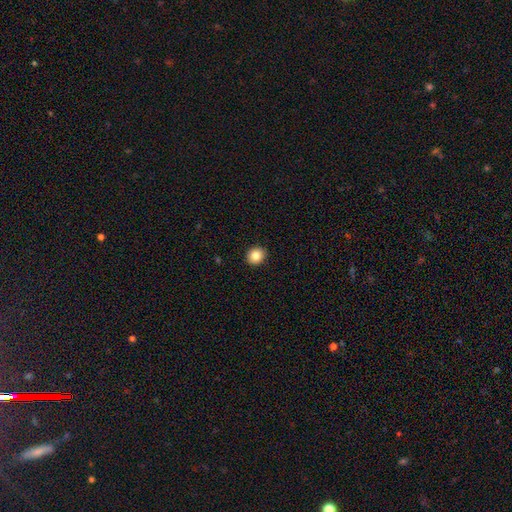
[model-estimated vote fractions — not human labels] A smooth galaxy with no disk features (83%) that is round (78%).

Vote fractions:
- Smooth or featured? smooth: 83% / star or artifact: 9% / featured or disk: 7%
- How rounded? round: 78% / in between: 21% / cigar-shaped: 1%
- Merging? none: 92% / minor disturbance: 5% / major disturbance: 1% / merger: 1%